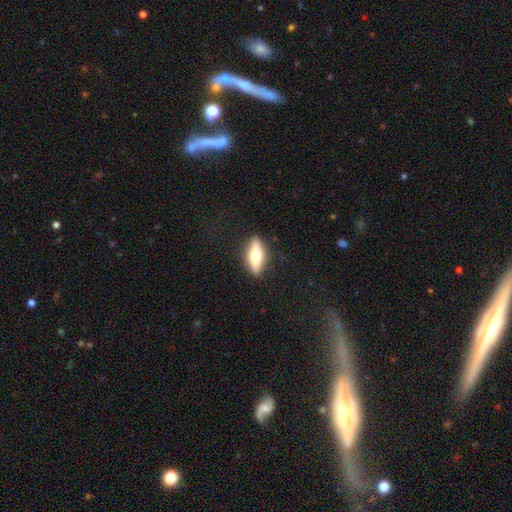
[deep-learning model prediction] A smooth galaxy with no disk features (53%) that is in between round and cigar-shaped (60%).

Vote fractions:
- Smooth or featured? smooth: 53% / featured or disk: 41% / star or artifact: 6%
- How rounded? in between: 60% / cigar-shaped: 36% / round: 4%
- Merging? none: 88% / minor disturbance: 9% / major disturbance: 2% / merger: 1%